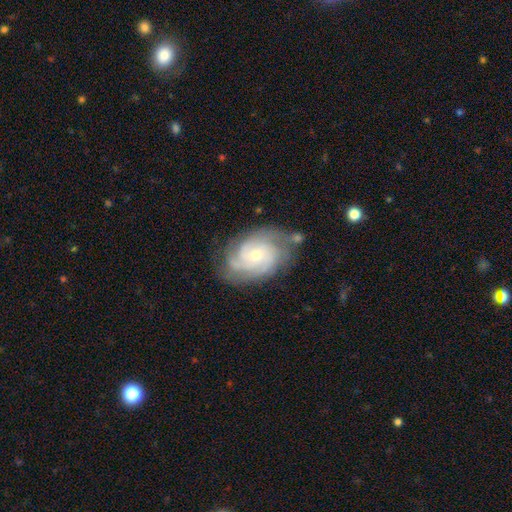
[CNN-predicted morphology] Smooth or featured?
  - featured or disk: 85% *
  - smooth: 9%
  - star or artifact: 6%
Edge-on disk?
  - no: 97% *
  - yes: 3%
Bar?
  - no: 74% *
  - weak: 22%
  - strong: 4%
Spiral arms?
  - yes: 97% *
  - no: 3%
Spiral winding?
  - tight: 61% *
  - medium: 33%
  - loose: 6%
Spiral arm count?
  - 3: 32% *
  - 4: 28%
  - can't tell: 19%
  - 2: 11%
  - more than 4: 6%
  - 1: 5%
Bulge size?
  - small: 63% *
  - moderate: 33%
  - large: 2%
  - none: 1%
  - dominant: 1%
Merging?
  - none: 72% *
  - minor disturbance: 19%
  - major disturbance: 7%
  - merger: 3%